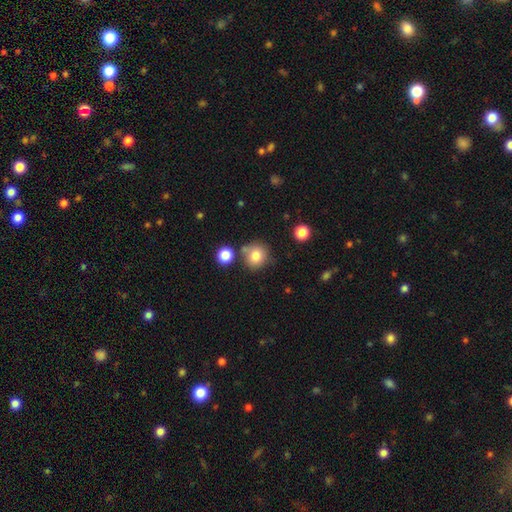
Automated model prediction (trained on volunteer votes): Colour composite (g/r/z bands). It shows a smooth galaxy with no disk features (79%) that is round (88%). Merging: none (69%).